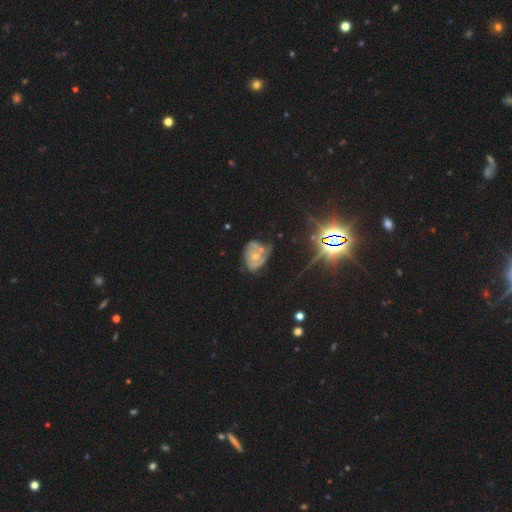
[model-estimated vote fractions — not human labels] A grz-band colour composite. It shows a featured or disk galaxy (64%) with no bar (76%), spiral arms (72%) and a small central bulge (50%). Merging: none (39%).